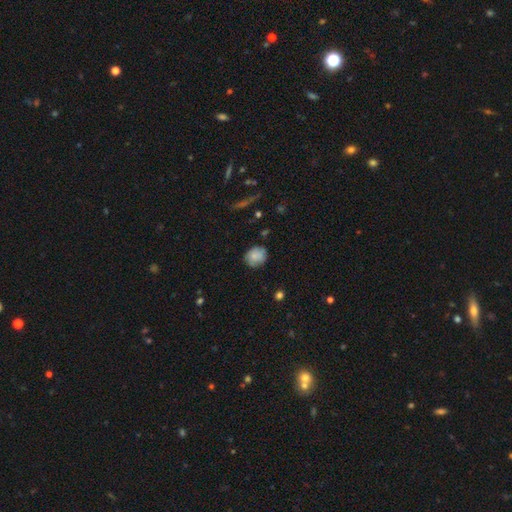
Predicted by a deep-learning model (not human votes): Morphology: type=smooth (78%); roundness=round (65%); merging=none (74%).